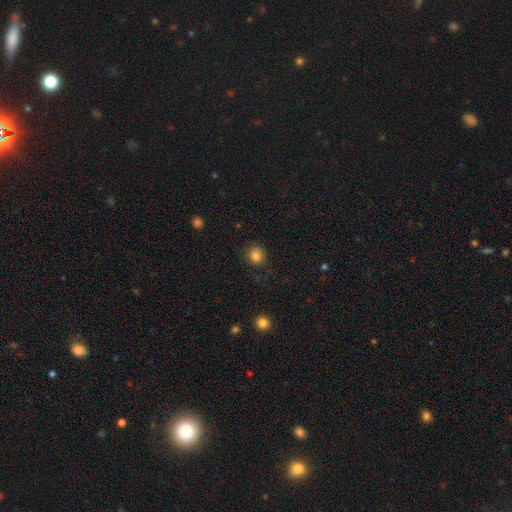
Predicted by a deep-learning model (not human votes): Smooth or featured: smooth — 82% (star or artifact — 12%)
How rounded: round — 87% (in between — 12%)
Merging: none — 83% (minor disturbance — 12%)